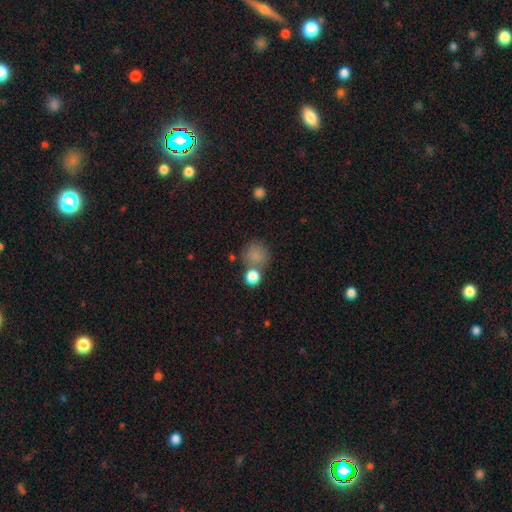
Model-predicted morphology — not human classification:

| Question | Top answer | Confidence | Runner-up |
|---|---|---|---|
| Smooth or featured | smooth | 81% | star or artifact (12%) |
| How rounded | round | 87% | in between (12%) |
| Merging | none | 62% | merger (19%) |